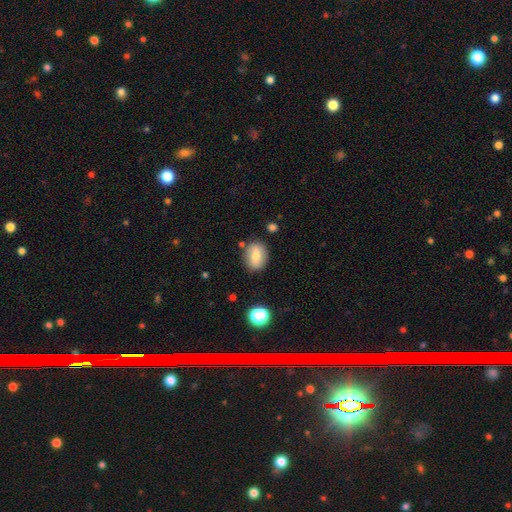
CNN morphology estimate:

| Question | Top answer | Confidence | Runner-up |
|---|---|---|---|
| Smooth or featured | smooth | 69% | featured or disk (22%) |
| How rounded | in between | 62% | round (37%) |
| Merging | none | 80% | minor disturbance (13%) |